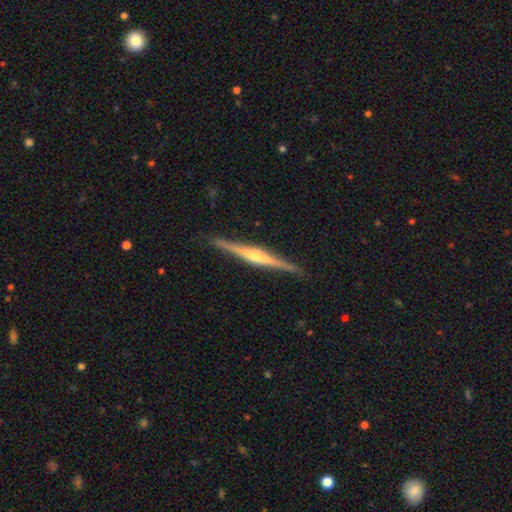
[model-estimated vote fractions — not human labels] A featured or disk galaxy (84%) viewed edge-on (98%) with a rounded central bulge (79%). Merging: none (91%).